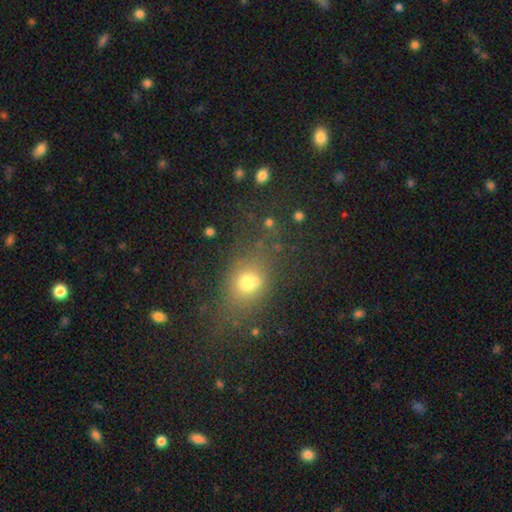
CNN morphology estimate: Smooth or featured? Predicted: smooth (p=0.60). How rounded? Predicted: in between (p=0.50). Merging? Predicted: none (p=0.80).